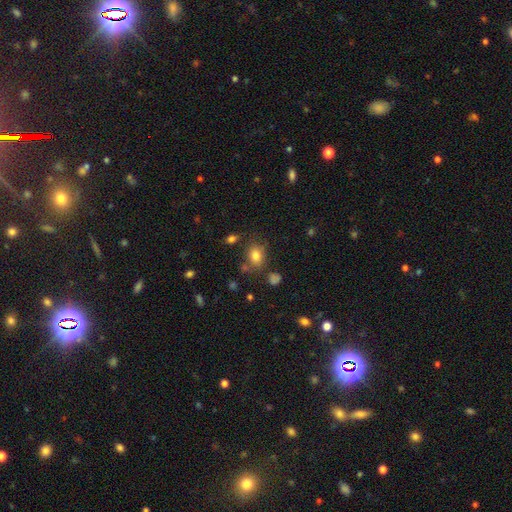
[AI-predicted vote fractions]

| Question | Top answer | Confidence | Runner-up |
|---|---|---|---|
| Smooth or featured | smooth | 80% | star or artifact (12%) |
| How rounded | in between | 58% | round (41%) |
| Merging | none | 73% | minor disturbance (16%) |